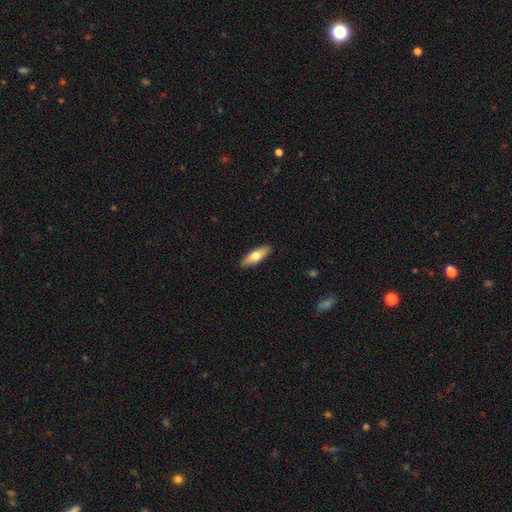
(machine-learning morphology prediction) type=smooth (64%); roundness=in between (55%); merging=none (90%).